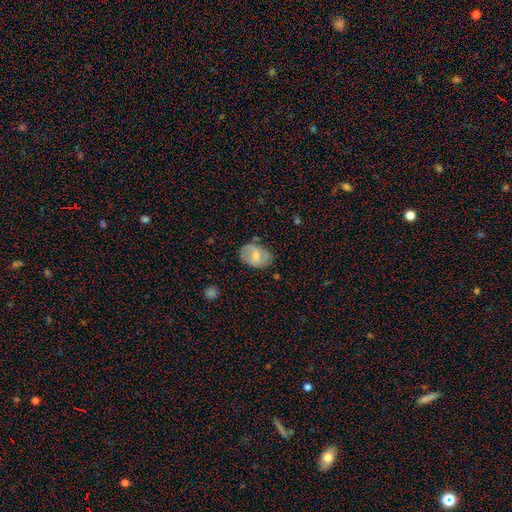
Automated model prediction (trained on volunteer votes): smooth 51%, featured or disk 42%, star or artifact 7%. Down the decision tree: how rounded — in between (78%); merging — none (66%).